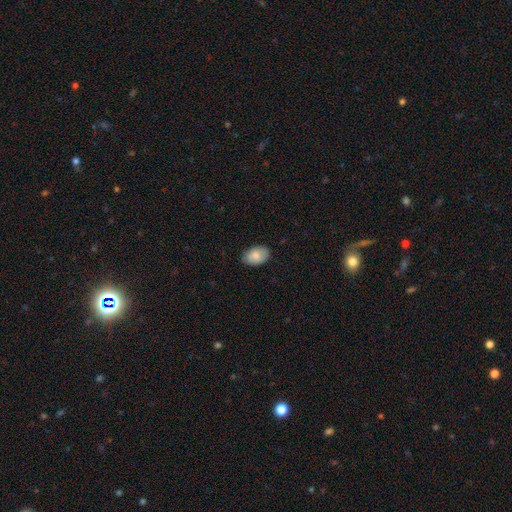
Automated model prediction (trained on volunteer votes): smooth 85%, featured or disk 9%, star or artifact 6%. Down the decision tree: how rounded — in between (88%); merging — none (82%).